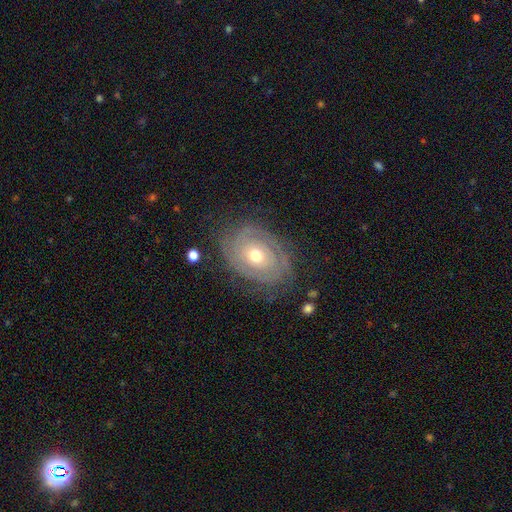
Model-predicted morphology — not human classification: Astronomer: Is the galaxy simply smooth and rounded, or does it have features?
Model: featured or disk — 79%.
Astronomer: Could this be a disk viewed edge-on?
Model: no — 95%.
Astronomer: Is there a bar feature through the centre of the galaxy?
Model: no — 82%.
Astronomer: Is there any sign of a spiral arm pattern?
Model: yes — 85%.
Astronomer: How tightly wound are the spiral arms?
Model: tight — 78%.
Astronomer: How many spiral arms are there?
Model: can't tell — 42% (runner-up: 2, 26%).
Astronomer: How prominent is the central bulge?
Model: moderate — 69%.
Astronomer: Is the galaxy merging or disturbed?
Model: none — 74%.